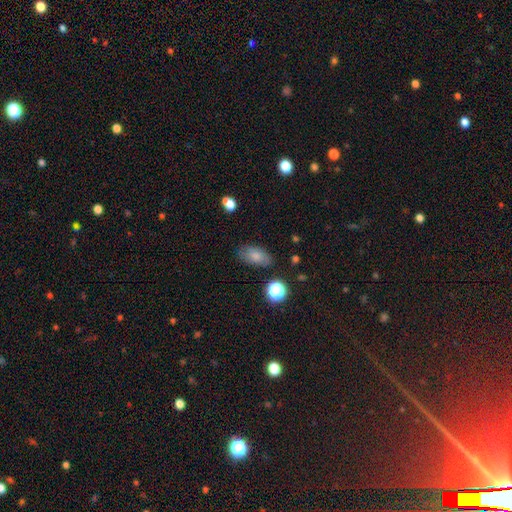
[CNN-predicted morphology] A smooth galaxy with no disk features (75%) that is in between round and cigar-shaped (90%). Merging: none (77%).